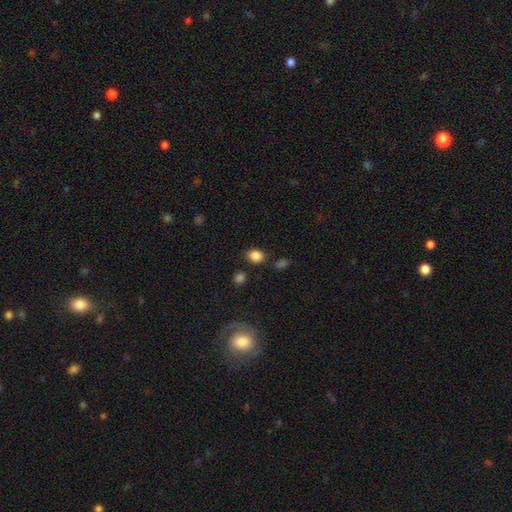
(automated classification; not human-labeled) This appears to be a smooth galaxy with no disk features (84%) that is round (58%). Merging: none (82%).